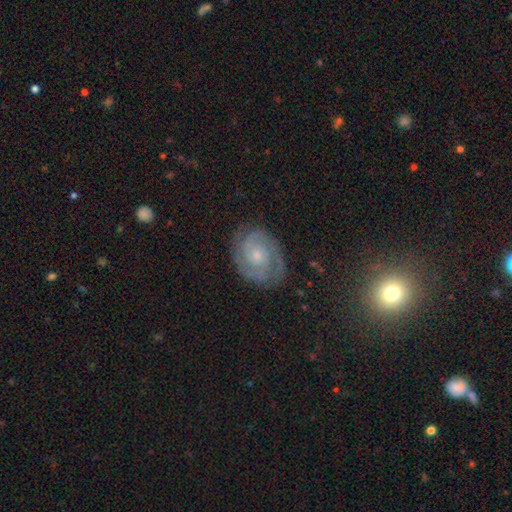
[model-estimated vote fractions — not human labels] featured or disk 85%, smooth 8%, star or artifact 7%. Down the decision tree: edge-on disk — no (98%); bar — no (71%); spiral arms — yes (98%); spiral arm count — 2 (68%); spiral winding — tight (68%); bulge size — small (64%); merging — none (82%).